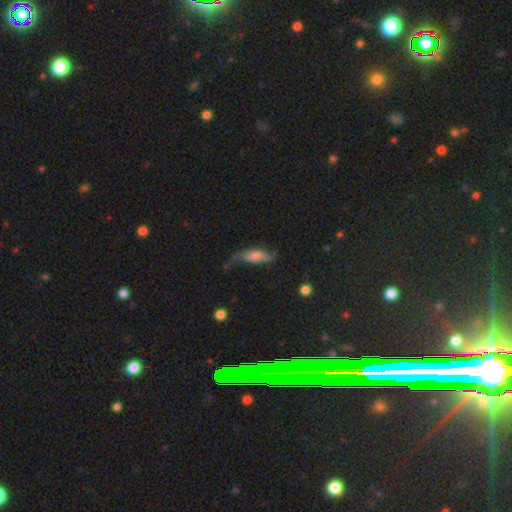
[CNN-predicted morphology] This appears to be a featured or disk galaxy (51%). Merging: none (47%).